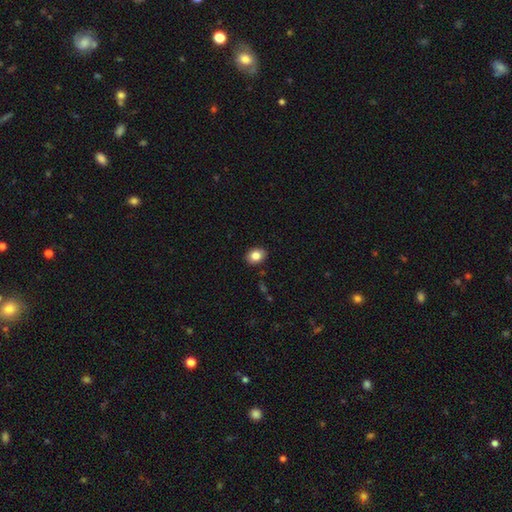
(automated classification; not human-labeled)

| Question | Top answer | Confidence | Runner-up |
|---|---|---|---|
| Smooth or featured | smooth | 83% | star or artifact (9%) |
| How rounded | in between | 64% | round (35%) |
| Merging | none | 89% | minor disturbance (8%) |